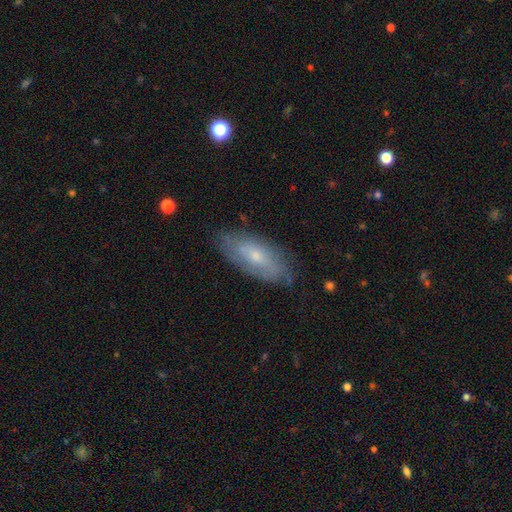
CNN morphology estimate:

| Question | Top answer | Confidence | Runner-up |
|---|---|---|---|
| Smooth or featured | featured or disk | 53% | smooth (40%) |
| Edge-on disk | no | 83% | yes (17%) |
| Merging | none | 75% | minor disturbance (19%) |